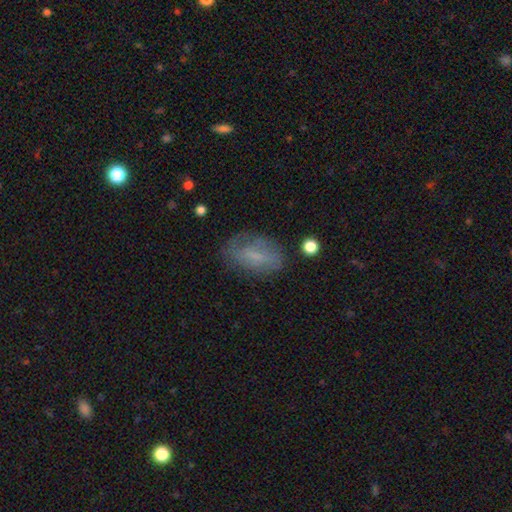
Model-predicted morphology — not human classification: This is possibly a smooth galaxy (55%). How rounded: clearly in between (86%). Merging: likely none (65%).